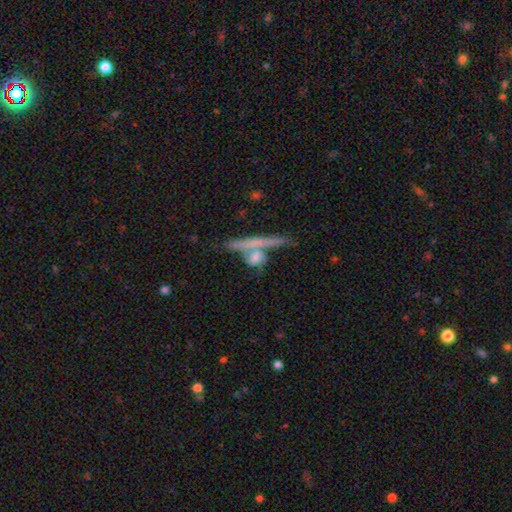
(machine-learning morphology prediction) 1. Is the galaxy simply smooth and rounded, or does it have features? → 51% featured or disk, 32% smooth, 17% star or artifact.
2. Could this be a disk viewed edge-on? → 82% yes, 18% no.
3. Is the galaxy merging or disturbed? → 58% none, 22% merger, 12% minor disturbance, 8% major disturbance.